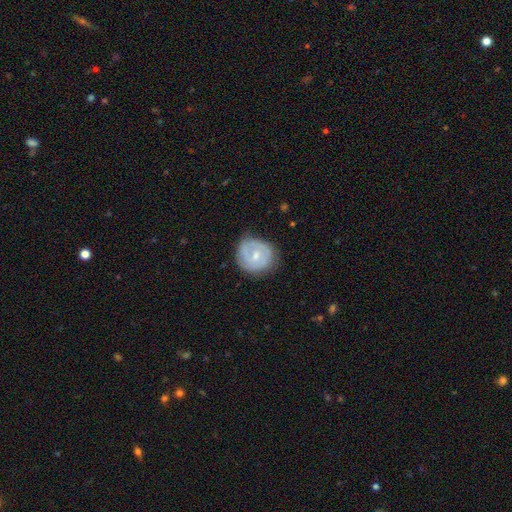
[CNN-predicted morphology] A featured or disk galaxy (60%) with a weak bar (51%), spiral arms (74%) and a small central bulge (50%).

Vote fractions:
- Smooth or featured? featured or disk: 60% / smooth: 34% / star or artifact: 6%
- Edge-on disk? no: 97% / yes: 3%
- Bar? weak: 51% / no: 38% / strong: 11%
- Spiral arms? yes: 74% / no: 26%
- Bulge size? small: 50% / moderate: 45% / none: 3% / large: 2% / dominant: 1%
- Merging? none: 71% / minor disturbance: 21% / major disturbance: 6% / merger: 1%